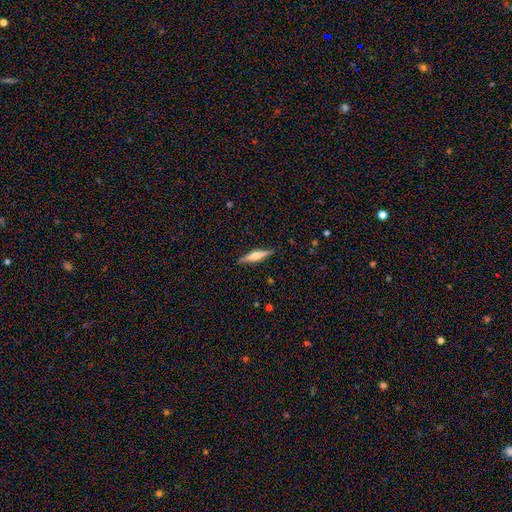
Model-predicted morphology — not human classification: This appears to be a featured or disk galaxy (57%) viewed edge-on (97%) with a rounded central bulge (80%). Merging: none (90%).